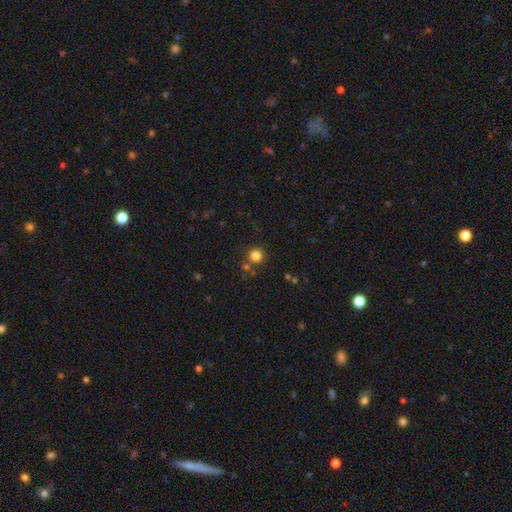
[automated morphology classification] This appears to be a smooth galaxy with no disk features (81%) that is round (93%). Merging: none (79%).